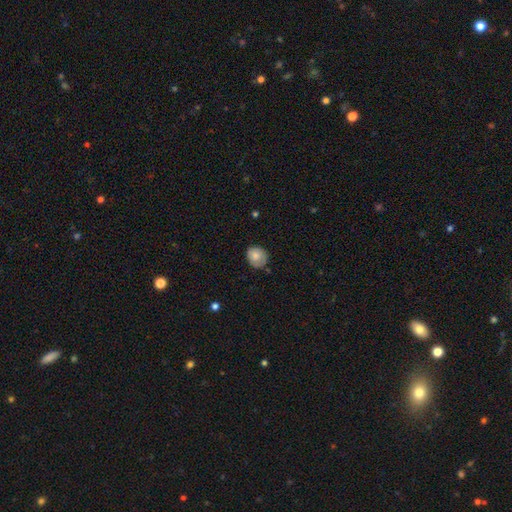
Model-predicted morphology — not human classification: smooth-or-featured: smooth: 76% | featured or disk: 17% | star or artifact: 7%
  how-rounded: round: 73% | in between: 26% | cigar-shaped: 1%
  merging: none: 72% | minor disturbance: 22% | major disturbance: 4% | merger: 2%